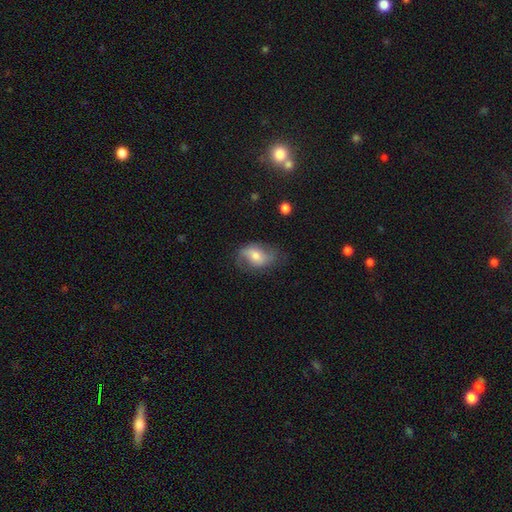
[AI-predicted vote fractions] Morphology: type=featured or disk (48%); merging=none (63%).